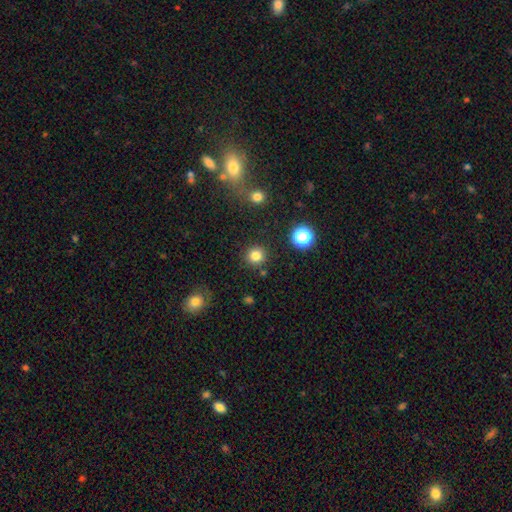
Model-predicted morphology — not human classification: Smooth or featured? smooth (81%)
How rounded? round (93%)
Merging? none (88%)